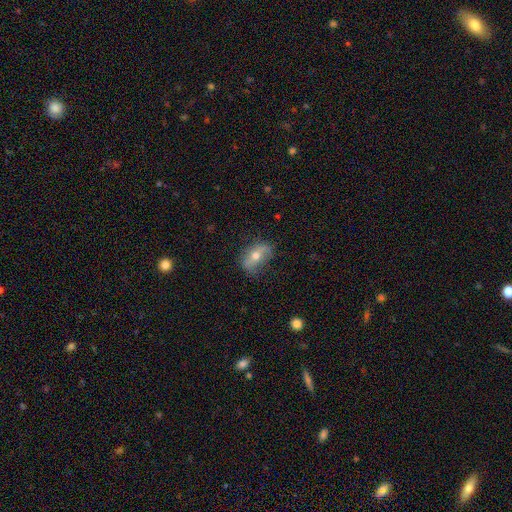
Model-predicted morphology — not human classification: The model was most divided on "smooth or featured": smooth: 46%, featured or disk: 45%, star or artifact: 9%. More confident: merging — none (71%).